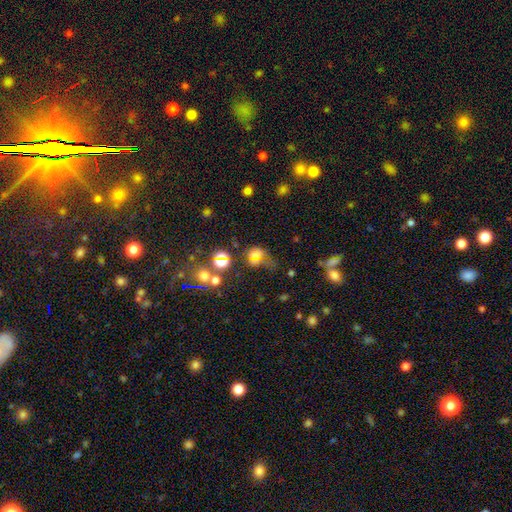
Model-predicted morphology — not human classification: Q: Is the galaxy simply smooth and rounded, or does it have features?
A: smooth — 57%.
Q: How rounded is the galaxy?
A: in between — 58%.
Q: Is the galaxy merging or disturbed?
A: none — 38%.